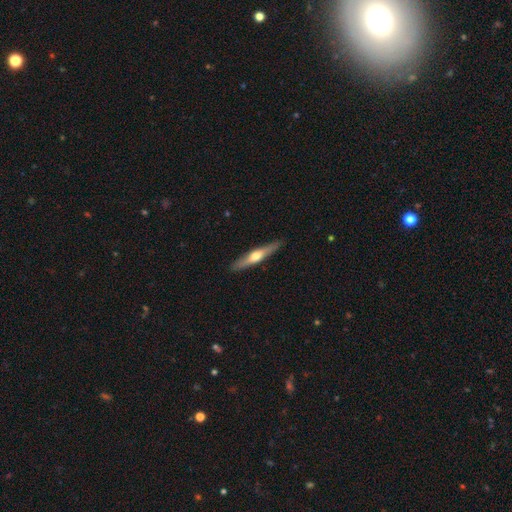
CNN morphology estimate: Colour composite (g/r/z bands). It shows a featured or disk galaxy (58%) viewed edge-on (94%) with a rounded central bulge (90%). Merging: none (90%).